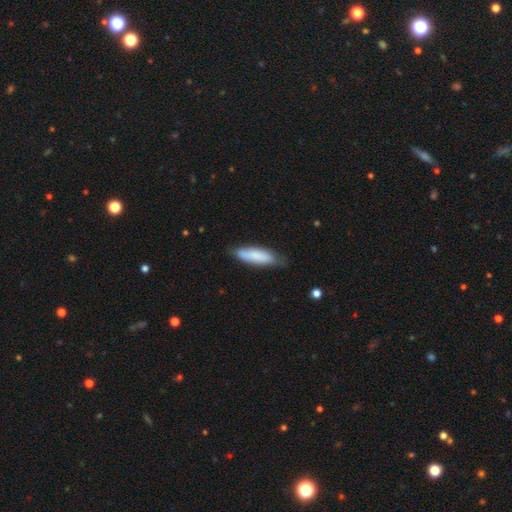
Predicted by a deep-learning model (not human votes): Overall: smooth (82%). How rounded: cigar-shaped (62%; in between 37%). Merging: none (71%).